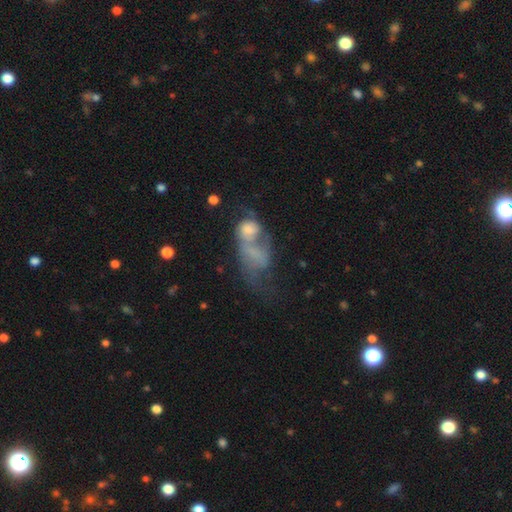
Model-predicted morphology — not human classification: This is possibly a smooth galaxy (47%). Merging: likely merger (63%).